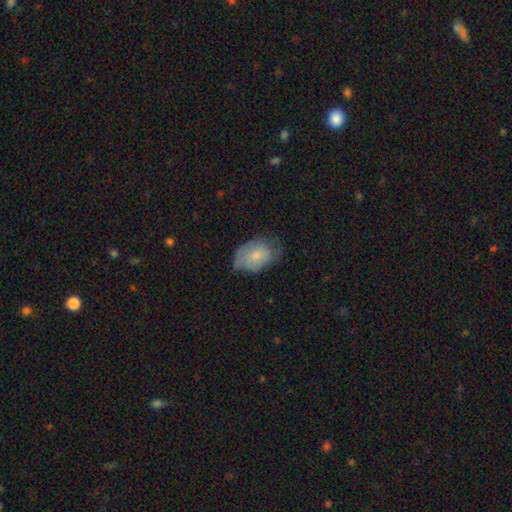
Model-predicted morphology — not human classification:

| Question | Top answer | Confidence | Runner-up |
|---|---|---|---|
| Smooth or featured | smooth | 64% | featured or disk (29%) |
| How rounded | in between | 85% | round (14%) |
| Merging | none | 51% | minor disturbance (36%) |